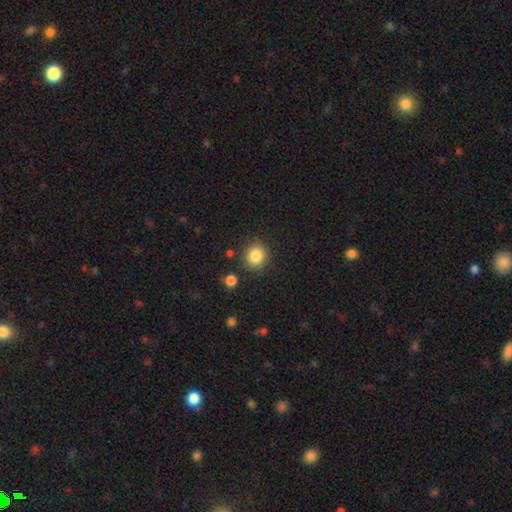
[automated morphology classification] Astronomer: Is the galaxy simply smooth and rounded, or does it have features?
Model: smooth — 85%.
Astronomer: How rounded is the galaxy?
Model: round — 84%.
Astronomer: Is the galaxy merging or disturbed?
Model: none — 85%.